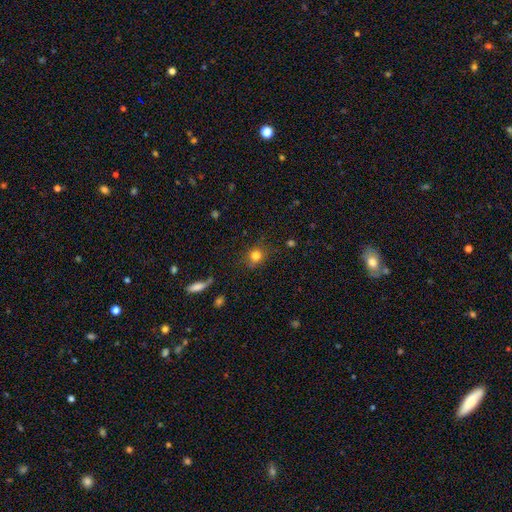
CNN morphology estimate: Smooth or featured?
  - smooth: 80% *
  - star or artifact: 13%
  - featured or disk: 7%
How rounded?
  - round: 79% *
  - in between: 20%
  - cigar-shaped: 1%
Merging?
  - none: 81% *
  - minor disturbance: 13%
  - major disturbance: 4%
  - merger: 2%